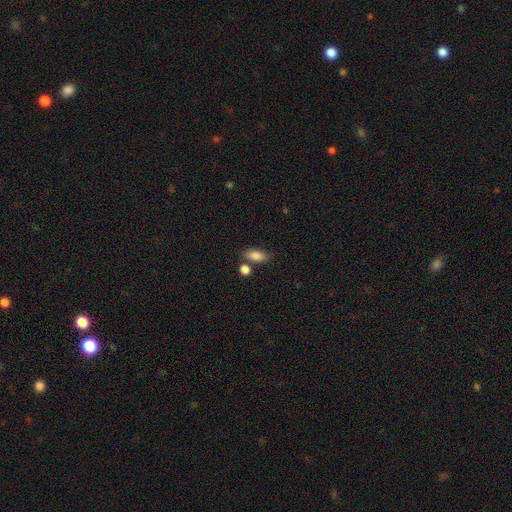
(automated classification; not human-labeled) Morphology: type=smooth (84%); roundness=in between (85%); merging=none (70%).